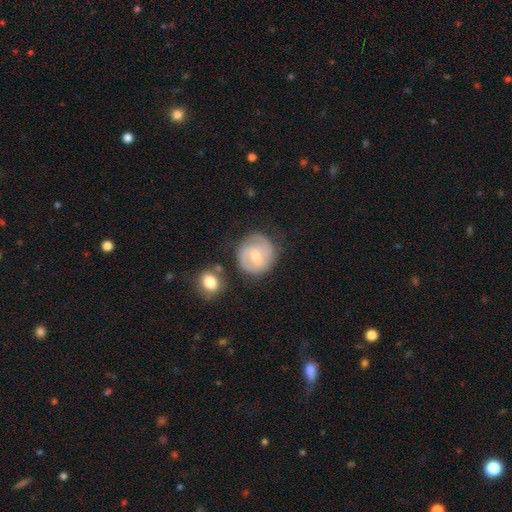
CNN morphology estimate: smooth-or-featured: featured or disk: 71% | smooth: 23% | star or artifact: 6%
  disk-edge-on: no: 98% | yes: 2%
    bar: weak: 46% | no: 45% | strong: 9%
    has-spiral-arms: yes: 91% | no: 9%
      spiral-winding: tight: 53% | medium: 37% | loose: 10%
      spiral-arm-count: 2: 66% | can't tell: 16% | 3: 10% | 1: 4% | 4: 2% | more than 4: 2%
    bulge-size: moderate: 50% | small: 45% | large: 2% | none: 2% | dominant: 1%
  merging: none: 72% | minor disturbance: 17% | major disturbance: 6% | merger: 5%